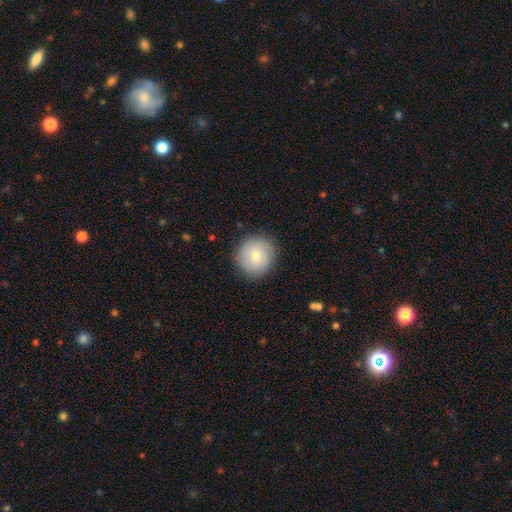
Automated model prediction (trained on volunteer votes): smooth_or_featured: smooth (p=0.76) [alt: featured or disk p=0.17]
how_rounded: round (p=0.93) [alt: in between p=0.06]
merging: none (p=0.88) [alt: minor disturbance p=0.09]